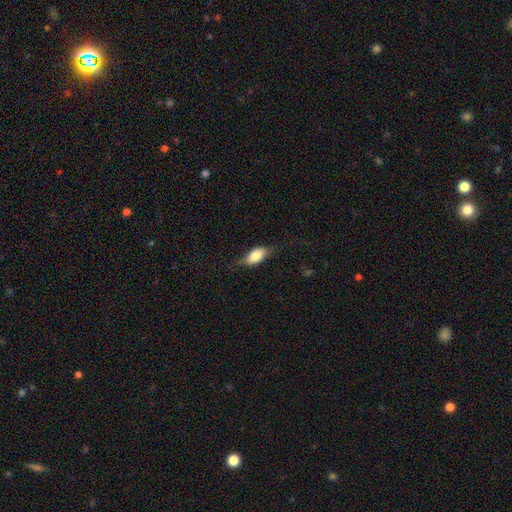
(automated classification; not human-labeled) Smooth or featured? smooth (73%)
How rounded? in between (86%)
Merging? none (68%)